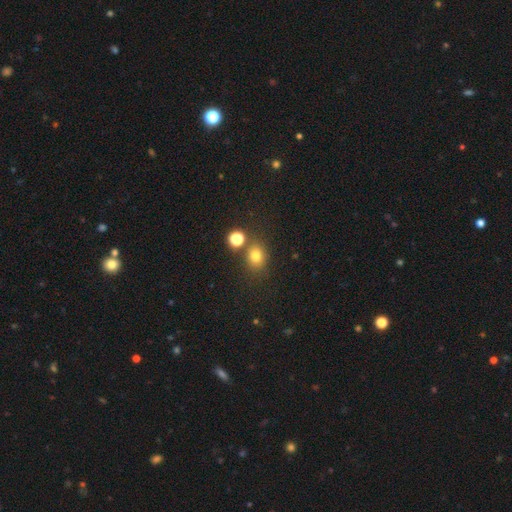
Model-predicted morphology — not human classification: type=smooth (75%); roundness=round (63%); merging=none (72%).